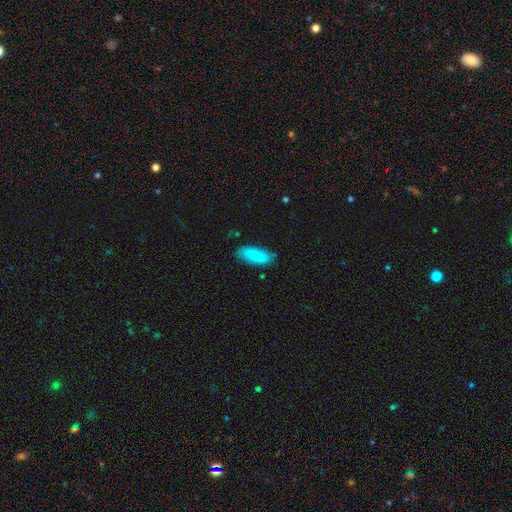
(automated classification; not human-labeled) smooth_or_featured: smooth (p=0.80) [alt: featured or disk p=0.14]
how_rounded: in between (p=0.80) [alt: cigar-shaped p=0.18]
merging: none (p=0.76) [alt: minor disturbance p=0.19]